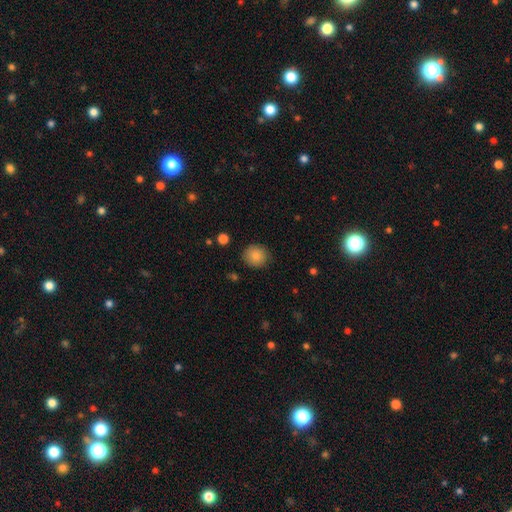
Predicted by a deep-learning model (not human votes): Smooth or featured? Predicted: smooth (p=0.87). How rounded? Predicted: round (p=0.86). Merging? Predicted: none (p=0.87).